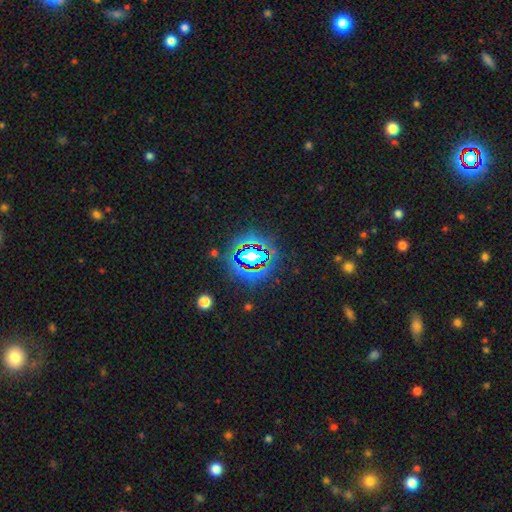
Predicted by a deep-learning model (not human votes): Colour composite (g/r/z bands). It shows a star or artifact, not a galaxy (76%).